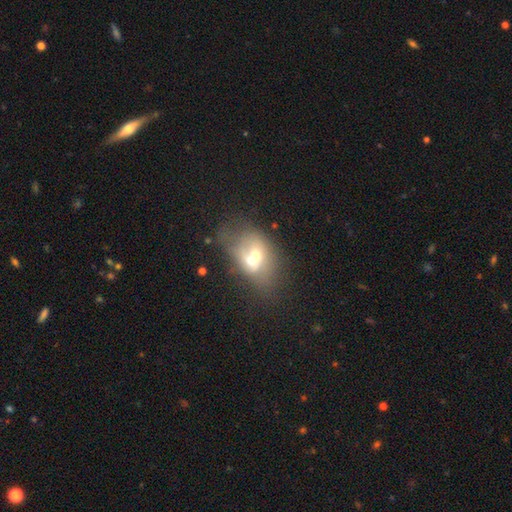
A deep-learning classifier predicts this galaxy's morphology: Smooth or featured: smooth — 47% (featured or disk — 42%)
Merging: merger — 67% (none — 16%)